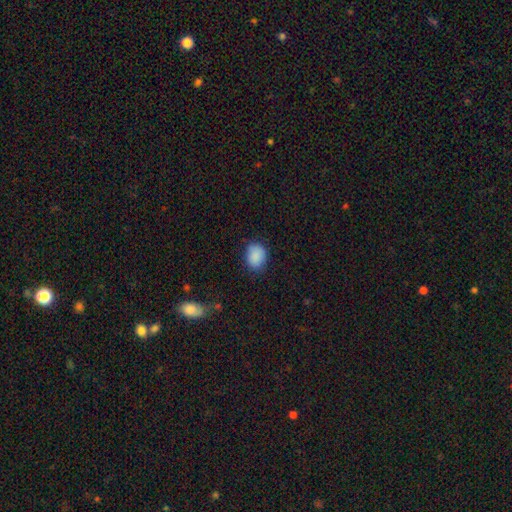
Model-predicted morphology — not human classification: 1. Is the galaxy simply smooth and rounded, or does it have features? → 87% smooth, 8% star or artifact, 4% featured or disk.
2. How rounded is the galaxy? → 56% in between, 44% round, 1% cigar-shaped.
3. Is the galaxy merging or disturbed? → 76% none, 18% minor disturbance, 4% major disturbance, 1% merger.